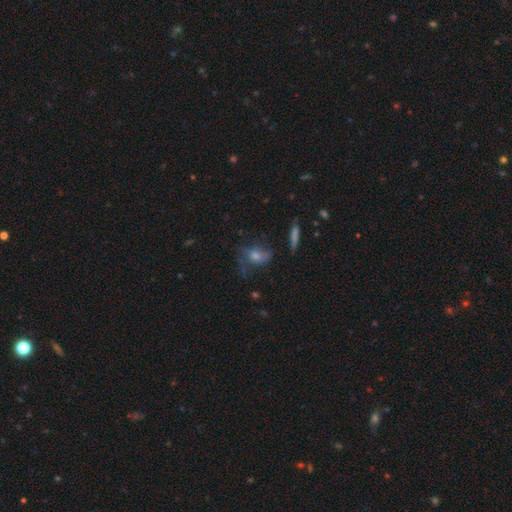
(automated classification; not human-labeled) Smooth or featured? smooth (45%)
Merging? none (50%)